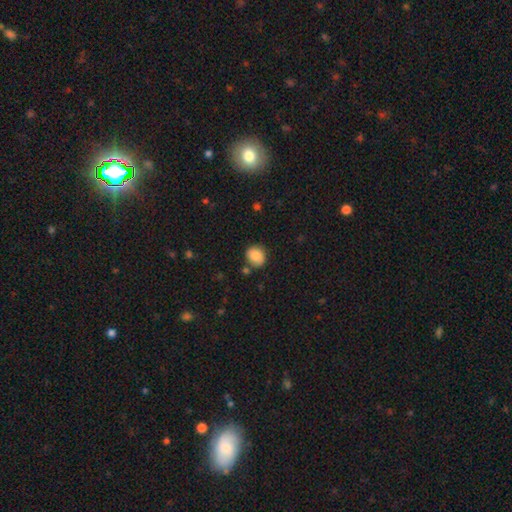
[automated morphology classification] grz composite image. It shows a smooth galaxy with no disk features (85%) that is round (67%). Merging: none (72%).